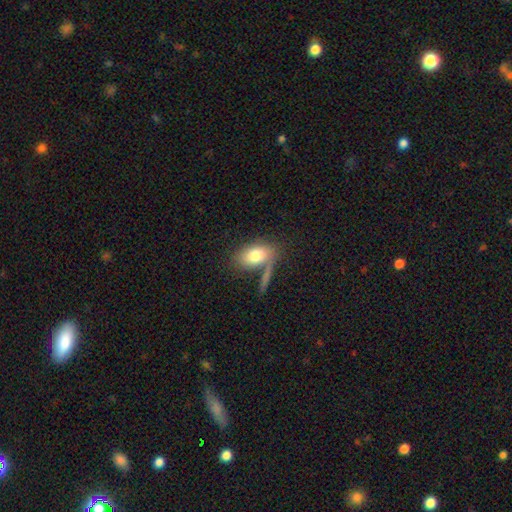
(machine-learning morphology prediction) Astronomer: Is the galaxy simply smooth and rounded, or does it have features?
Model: smooth — 76%.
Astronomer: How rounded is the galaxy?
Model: in between — 86%.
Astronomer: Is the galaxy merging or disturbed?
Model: none — 54%.